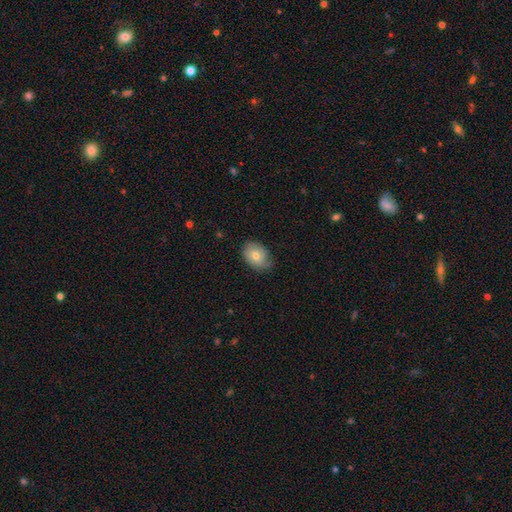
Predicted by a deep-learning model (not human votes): Smooth or featured?
  - smooth: 70% *
  - featured or disk: 23%
  - star or artifact: 7%
How rounded?
  - in between: 80% *
  - round: 19%
  - cigar-shaped: 1%
Merging?
  - none: 69% *
  - minor disturbance: 26%
  - major disturbance: 4%
  - merger: 1%